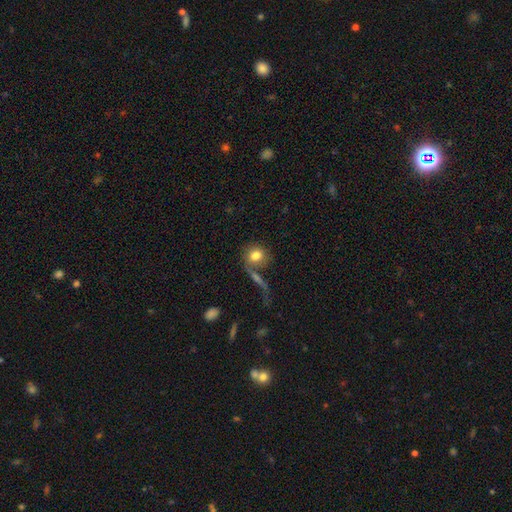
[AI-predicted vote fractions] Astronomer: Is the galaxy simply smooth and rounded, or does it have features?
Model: smooth — 79%.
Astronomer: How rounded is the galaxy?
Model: round — 75%.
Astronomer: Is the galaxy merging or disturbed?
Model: none — 51%.